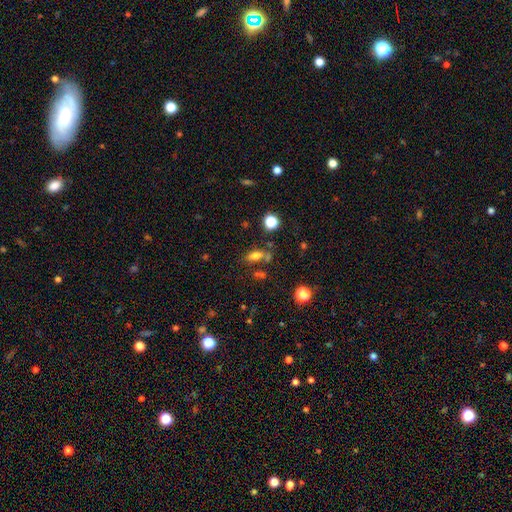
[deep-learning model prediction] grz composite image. It shows a smooth galaxy with no disk features (74%) that is in between round and cigar-shaped (79%). Merging: none (62%).